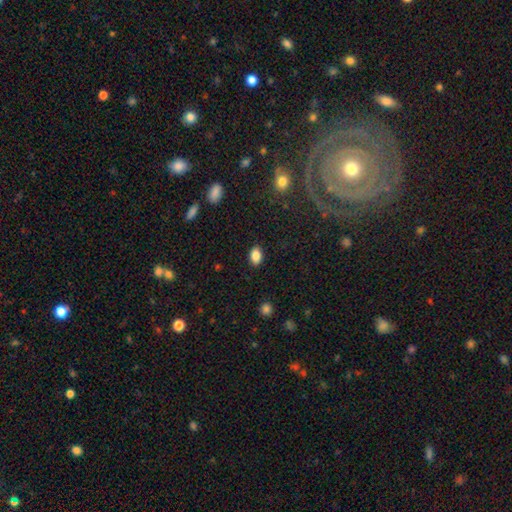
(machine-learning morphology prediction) smooth 86%, star or artifact 9%, featured or disk 5%. Down the decision tree: how rounded — in between (86%); merging — none (88%).